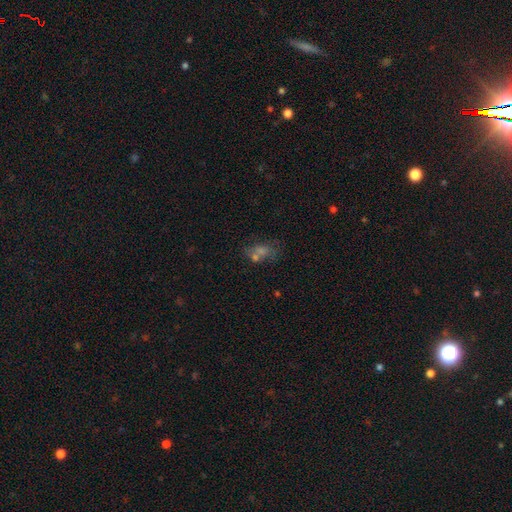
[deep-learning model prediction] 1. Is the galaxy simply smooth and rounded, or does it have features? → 45% smooth, 30% star or artifact, 25% featured or disk.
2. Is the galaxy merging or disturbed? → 46% none, 26% merger, 15% minor disturbance, 12% major disturbance.